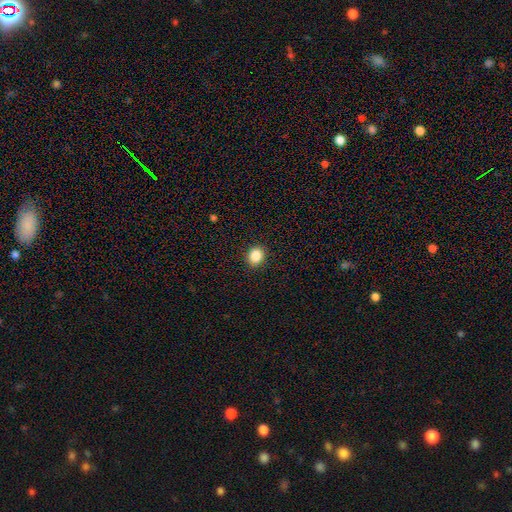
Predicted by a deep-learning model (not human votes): Smooth or featured?
  - smooth: 87% *
  - star or artifact: 10%
  - featured or disk: 4%
How rounded?
  - round: 69% *
  - in between: 31%
  - cigar-shaped: 1%
Merging?
  - none: 91% *
  - minor disturbance: 6%
  - major disturbance: 2%
  - merger: 1%